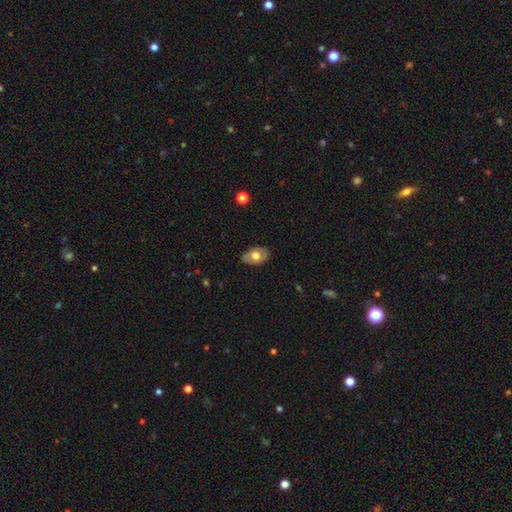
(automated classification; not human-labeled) A smooth galaxy with no disk features (60%) that is in between round and cigar-shaped (87%). Merging: none (81%).